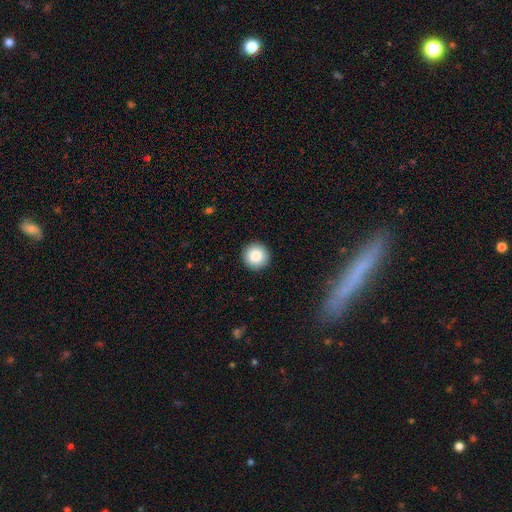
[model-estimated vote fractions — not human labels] smooth_or_featured: smooth (p=0.85) [alt: star or artifact p=0.08]
how_rounded: round (p=0.96) [alt: in between p=0.03]
merging: none (p=0.93) [alt: minor disturbance p=0.05]